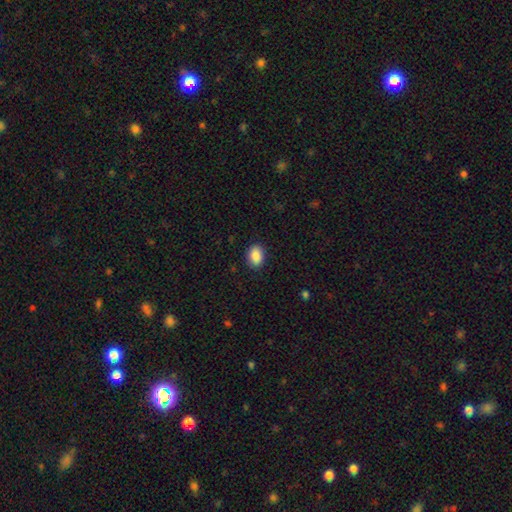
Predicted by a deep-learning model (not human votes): Q: Smooth or featured?
A: smooth (90%); runner-up: star or artifact (7%)
Q: How rounded?
A: in between (78%); runner-up: round (21%)
Q: Merging?
A: none (89%); runner-up: minor disturbance (8%)